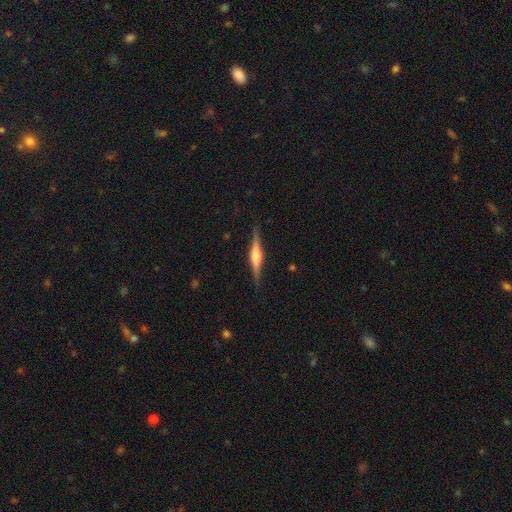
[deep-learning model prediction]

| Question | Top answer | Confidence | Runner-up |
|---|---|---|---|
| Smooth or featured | featured or disk | 75% | smooth (19%) |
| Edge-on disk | yes | 98% | no (2%) |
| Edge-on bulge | rounded | 79% | boxy (16%) |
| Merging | none | 89% | minor disturbance (8%) |